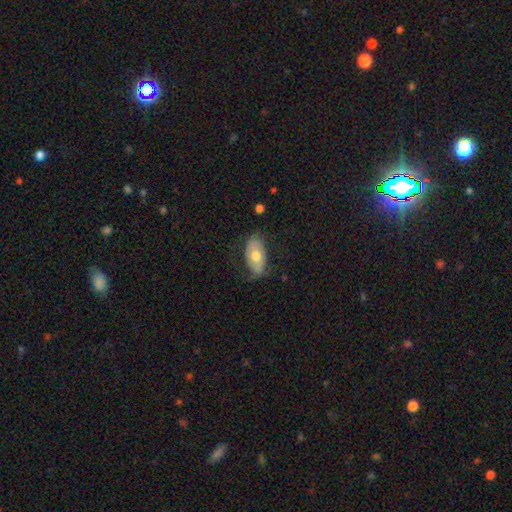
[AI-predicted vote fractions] Smooth or featured?
  - smooth: 54% *
  - featured or disk: 40%
  - star or artifact: 6%
How rounded?
  - in between: 92% *
  - round: 5%
  - cigar-shaped: 2%
Merging?
  - none: 65% *
  - minor disturbance: 24%
  - major disturbance: 10%
  - merger: 1%